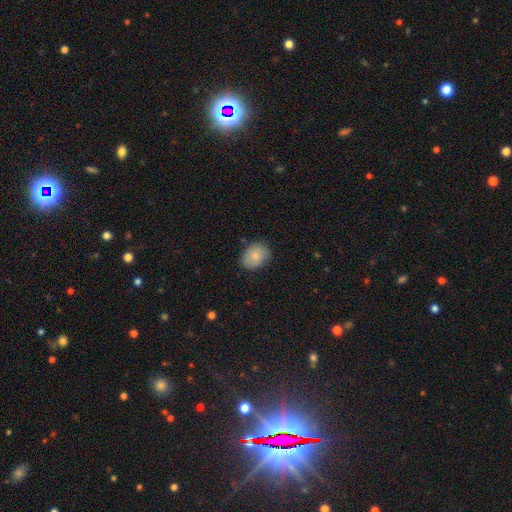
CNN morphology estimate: Smooth or featured? smooth (82%)
How rounded? in between (59%)
Merging? none (76%)